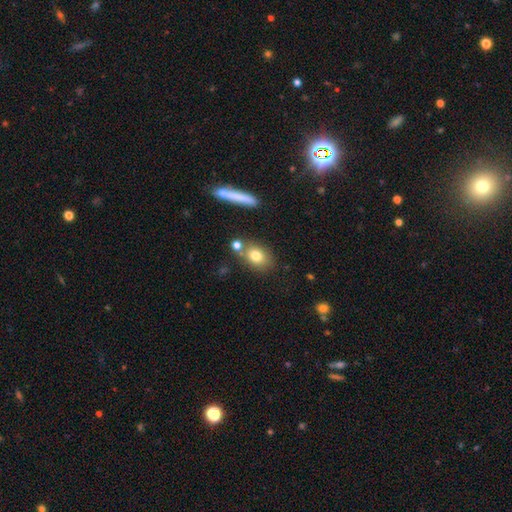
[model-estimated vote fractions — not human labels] The model was most divided on "how rounded": in between: 57%, round: 39%, cigar-shaped: 4%. More confident: smooth or featured — smooth (76%); merging — none (66%).